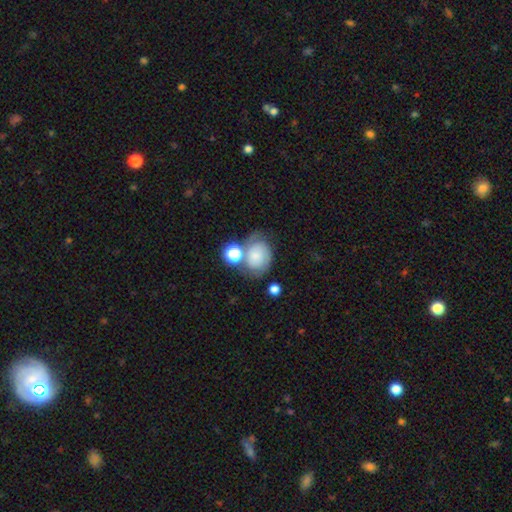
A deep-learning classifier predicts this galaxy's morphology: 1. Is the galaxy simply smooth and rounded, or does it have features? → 47% smooth, 42% featured or disk, 11% star or artifact.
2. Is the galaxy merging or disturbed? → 48% none, 21% minor disturbance, 19% merger, 11% major disturbance.